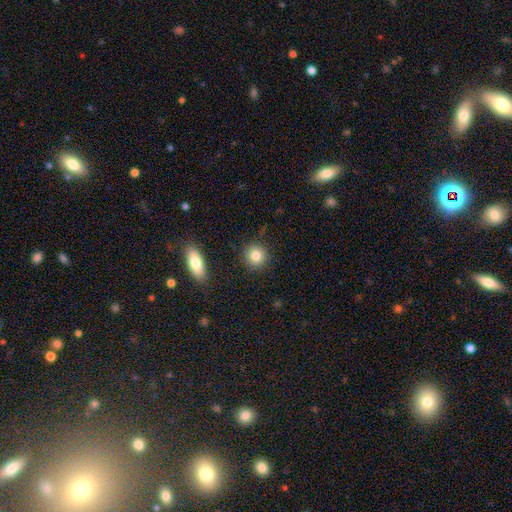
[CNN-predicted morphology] Smooth or featured: smooth — 83% (star or artifact — 9%)
How rounded: round — 90% (in between — 9%)
Merging: none — 88% (minor disturbance — 7%)